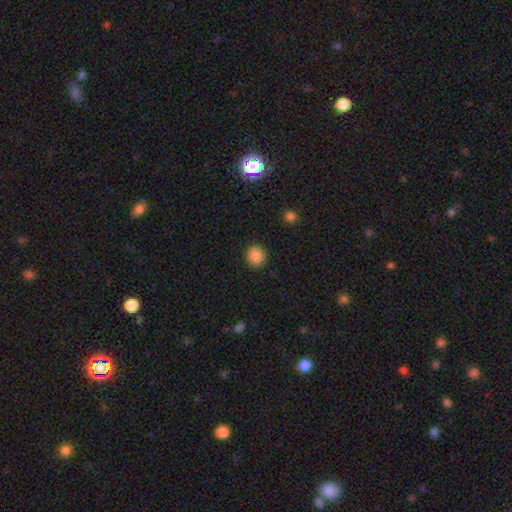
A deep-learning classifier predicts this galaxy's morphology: Overall: smooth (87%). How rounded: round (75%). Merging: none (88%).